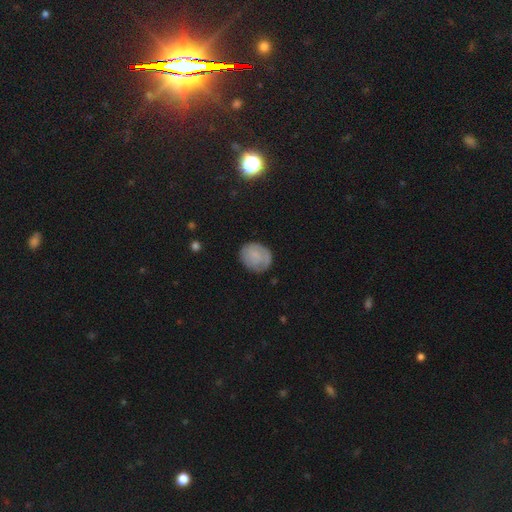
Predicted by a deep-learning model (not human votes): smooth 65%, featured or disk 27%, star or artifact 8%. Down the decision tree: how rounded — round (67%); merging — none (74%).